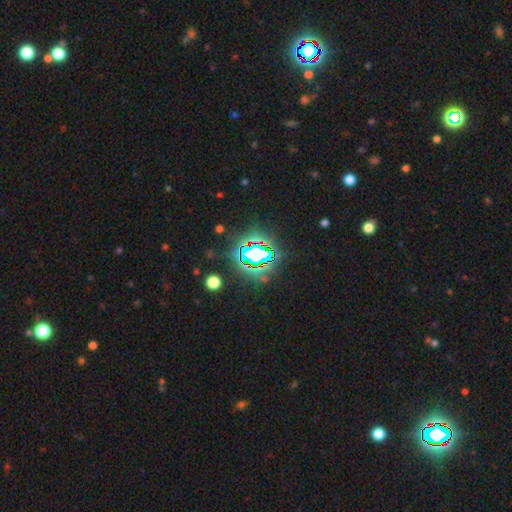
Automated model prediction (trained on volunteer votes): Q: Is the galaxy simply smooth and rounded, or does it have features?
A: star or artifact — 73%.